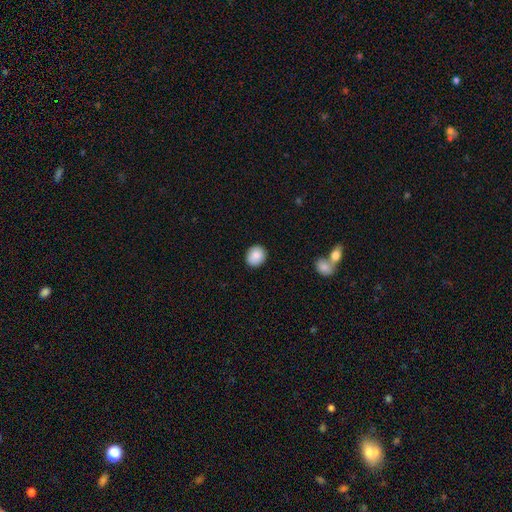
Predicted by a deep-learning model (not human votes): Smooth or featured? smooth (88%)
How rounded? round (76%)
Merging? none (90%)